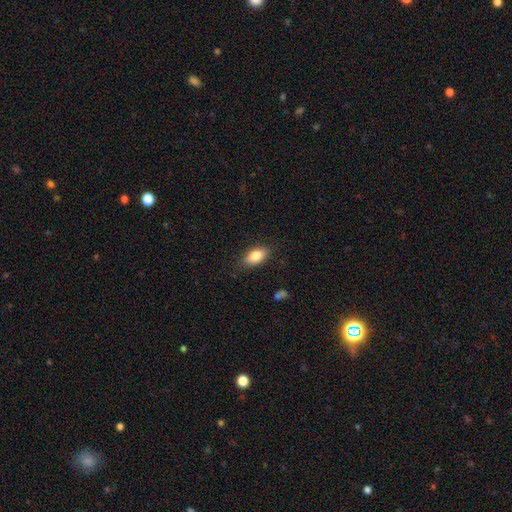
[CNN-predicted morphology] Smooth or featured? Predicted: smooth (p=0.82). How rounded? Predicted: in between (p=0.88). Merging? Predicted: none (p=0.84).